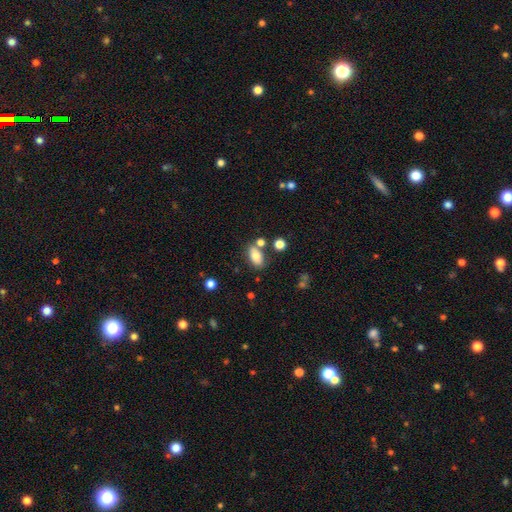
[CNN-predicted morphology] Smooth or featured?
  - smooth: 77% *
  - featured or disk: 14%
  - star or artifact: 9%
How rounded?
  - in between: 87% *
  - round: 8%
  - cigar-shaped: 5%
Merging?
  - none: 67% *
  - merger: 15%
  - minor disturbance: 13%
  - major disturbance: 4%